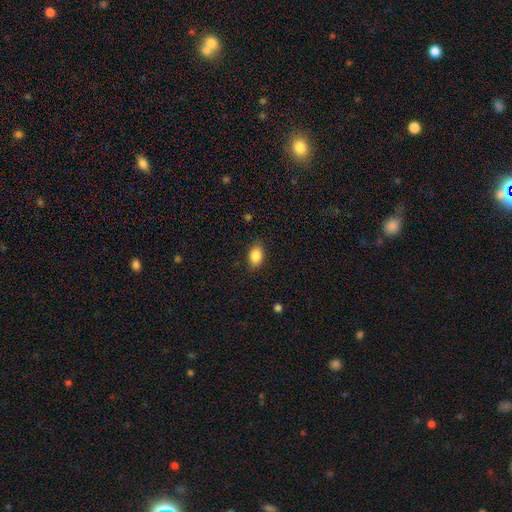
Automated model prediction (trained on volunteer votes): This is clearly a smooth galaxy (88%). How rounded: clearly in between (83%). Merging: clearly none (86%).